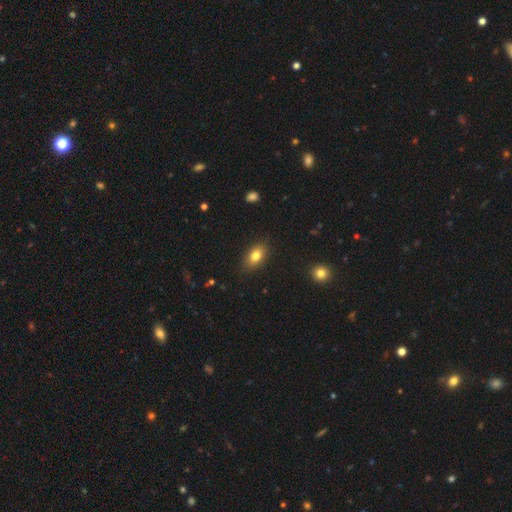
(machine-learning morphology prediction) Overall: smooth (80%). How rounded: in between (86%). Merging: none (85%).